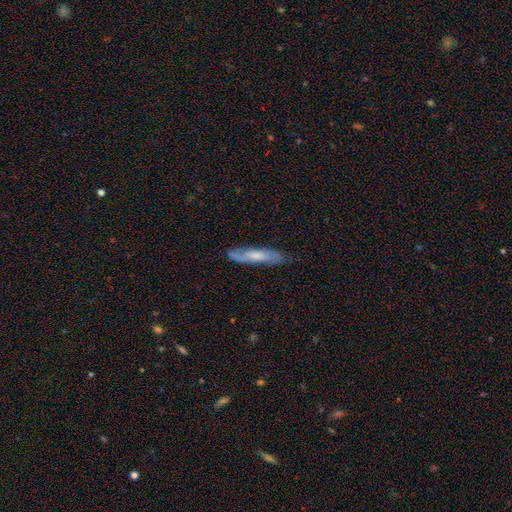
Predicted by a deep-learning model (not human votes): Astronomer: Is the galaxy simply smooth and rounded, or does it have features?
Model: featured or disk — 48% (runner-up: smooth, 46%).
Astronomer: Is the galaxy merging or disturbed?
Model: none — 76%.